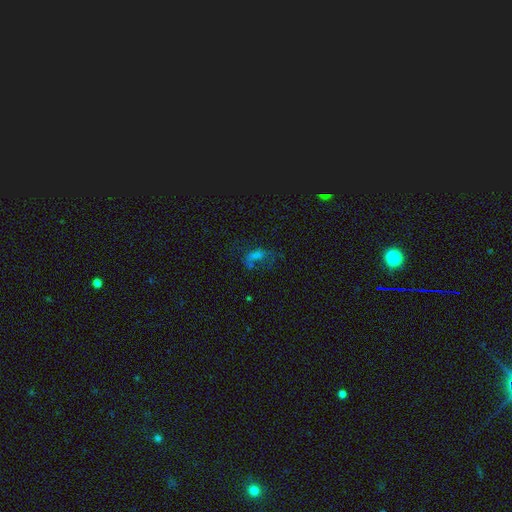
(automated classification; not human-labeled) Smooth or featured? Predicted: star or artifact (p=0.37).